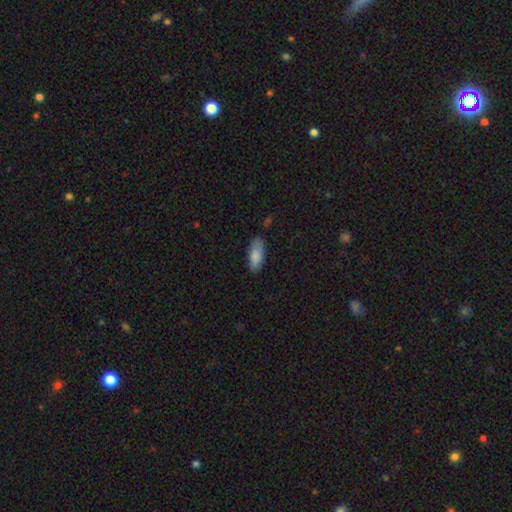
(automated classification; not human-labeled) Smooth or featured: smooth — 86% (featured or disk — 8%)
How rounded: in between — 80% (cigar-shaped — 18%)
Merging: none — 79% (minor disturbance — 16%)